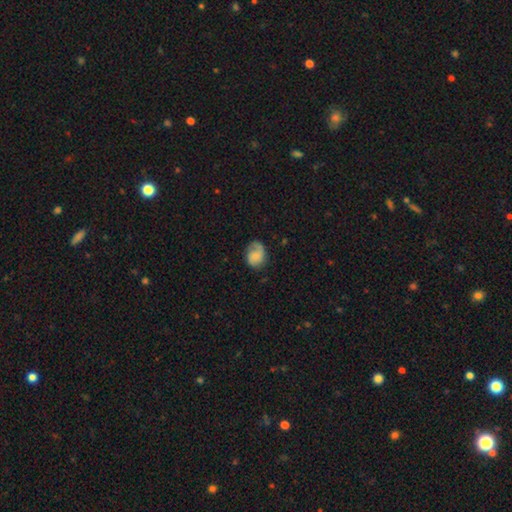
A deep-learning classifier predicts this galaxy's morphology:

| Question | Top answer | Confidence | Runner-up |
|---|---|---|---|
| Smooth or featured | smooth | 53% | featured or disk (39%) |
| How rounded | in between | 51% | round (49%) |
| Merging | none | 59% | minor disturbance (27%) |